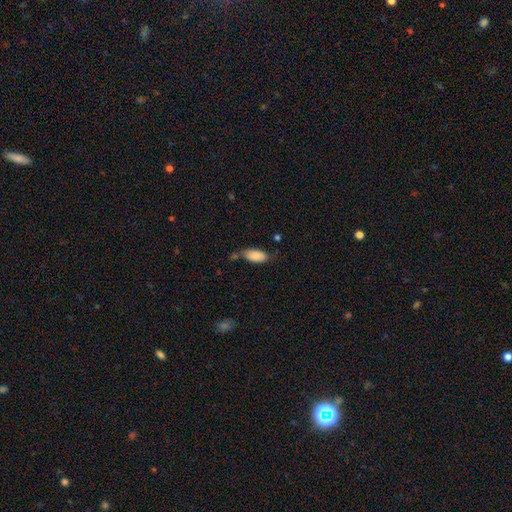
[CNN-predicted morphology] Overall: smooth (84%). How rounded: in between (91%). Merging: none (50%; minor disturbance 31%).